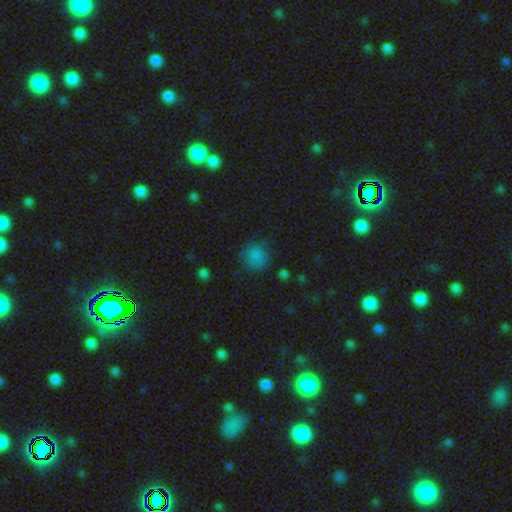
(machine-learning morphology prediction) smooth 80%, star or artifact 13%, featured or disk 7%. Down the decision tree: how rounded — round (89%); merging — none (75%).